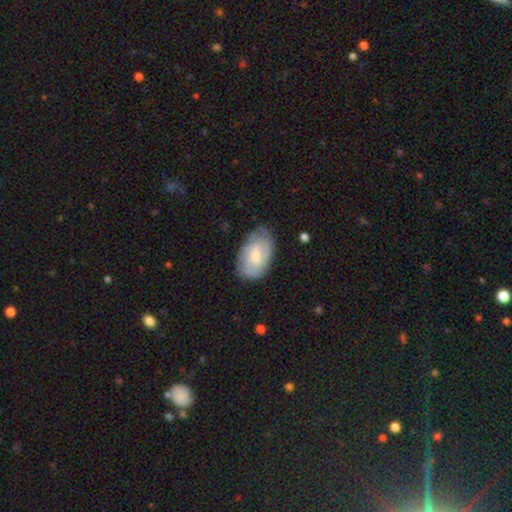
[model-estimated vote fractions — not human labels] Smooth or featured? Predicted: featured or disk (p=0.50). Merging? Predicted: none (p=0.71).